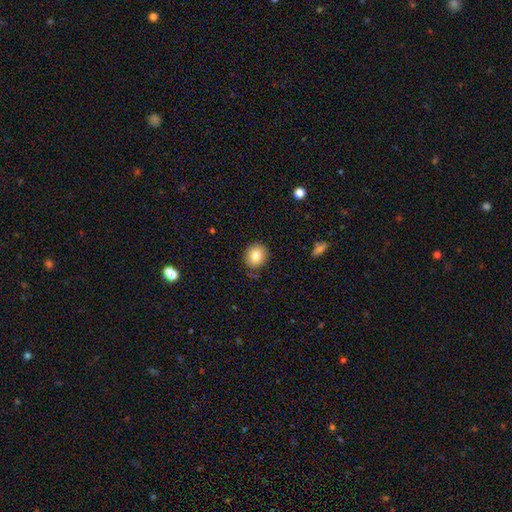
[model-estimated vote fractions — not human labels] smooth_or_featured: smooth (p=0.81) [alt: star or artifact p=0.10]
how_rounded: round (p=0.80) [alt: in between p=0.19]
merging: none (p=0.84) [alt: minor disturbance p=0.12]